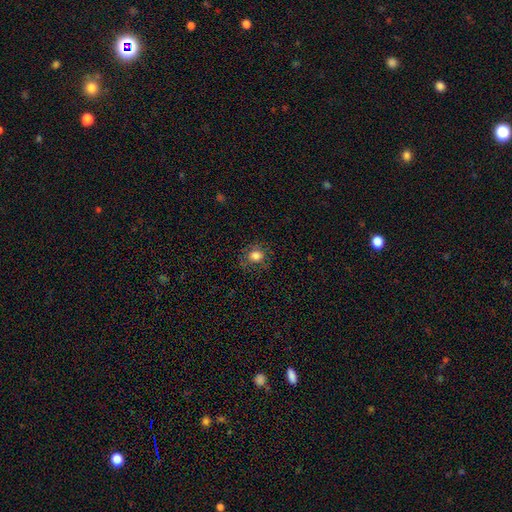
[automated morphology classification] smooth-or-featured: smooth: 79% | star or artifact: 13% | featured or disk: 8%
  how-rounded: round: 74% | in between: 25% | cigar-shaped: 1%
  merging: none: 78% | minor disturbance: 15% | major disturbance: 6% | merger: 1%